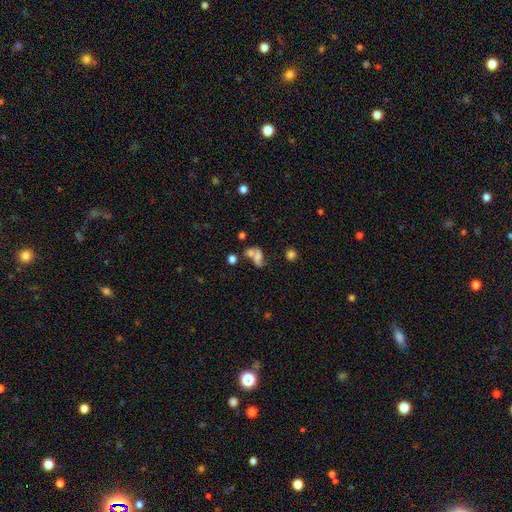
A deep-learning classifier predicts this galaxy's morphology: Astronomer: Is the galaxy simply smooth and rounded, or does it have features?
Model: smooth — 52% (runner-up: featured or disk, 33%).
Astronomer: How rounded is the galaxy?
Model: in between — 71%.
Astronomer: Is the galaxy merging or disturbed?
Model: merger — 50%.